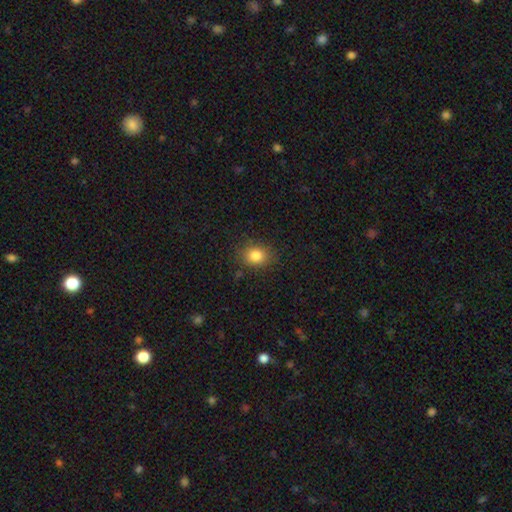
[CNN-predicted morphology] Smooth or featured? smooth (83%)
How rounded? round (51%)
Merging? none (82%)